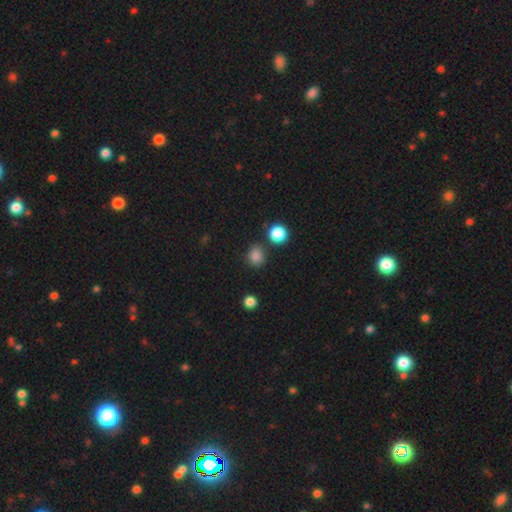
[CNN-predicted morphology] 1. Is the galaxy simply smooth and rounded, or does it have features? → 83% smooth, 14% star or artifact, 3% featured or disk.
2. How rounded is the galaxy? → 74% round, 25% in between, 1% cigar-shaped.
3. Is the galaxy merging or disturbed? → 80% none, 11% minor disturbance, 6% merger, 3% major disturbance.